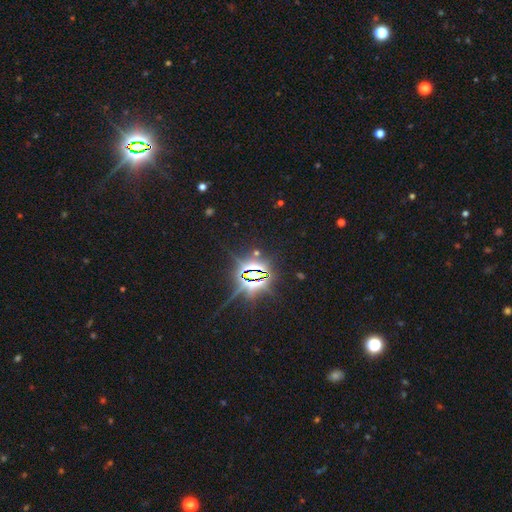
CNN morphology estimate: This appears to be a star or artifact, not a galaxy (84%).